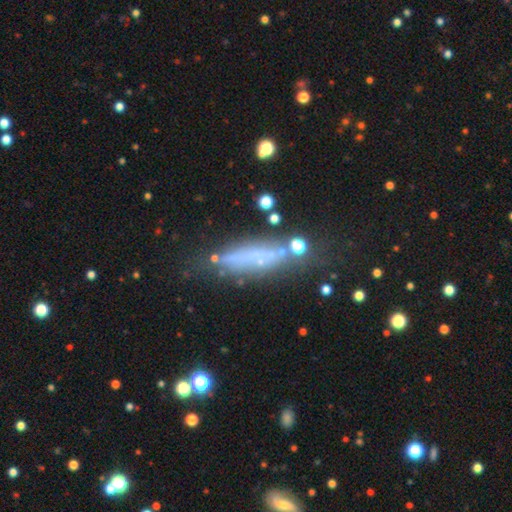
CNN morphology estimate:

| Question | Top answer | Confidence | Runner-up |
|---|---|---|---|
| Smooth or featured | smooth | 45% | featured or disk (38%) |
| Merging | none | 62% | minor disturbance (21%) |